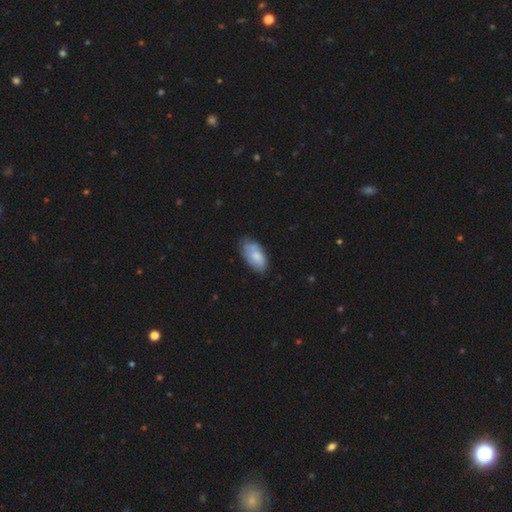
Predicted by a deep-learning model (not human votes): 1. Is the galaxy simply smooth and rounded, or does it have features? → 69% smooth, 24% featured or disk, 6% star or artifact.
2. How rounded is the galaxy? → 93% in between, 4% cigar-shaped, 3% round.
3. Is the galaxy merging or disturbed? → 59% none, 30% minor disturbance, 7% major disturbance, 3% merger.